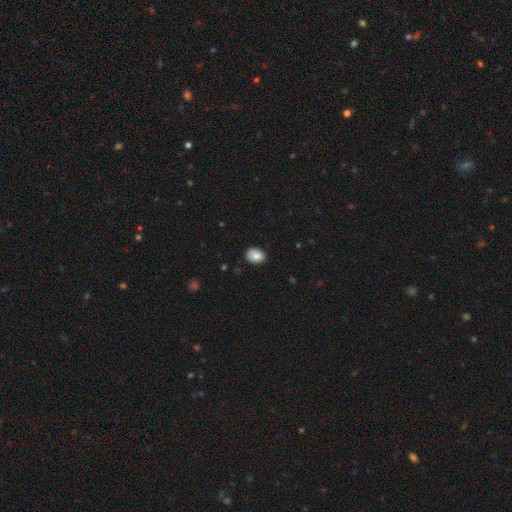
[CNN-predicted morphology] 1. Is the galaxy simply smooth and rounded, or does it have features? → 85% smooth, 8% star or artifact, 7% featured or disk.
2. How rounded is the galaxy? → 71% in between, 28% round, 1% cigar-shaped.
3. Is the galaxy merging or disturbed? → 84% none, 13% minor disturbance, 2% major disturbance, 1% merger.